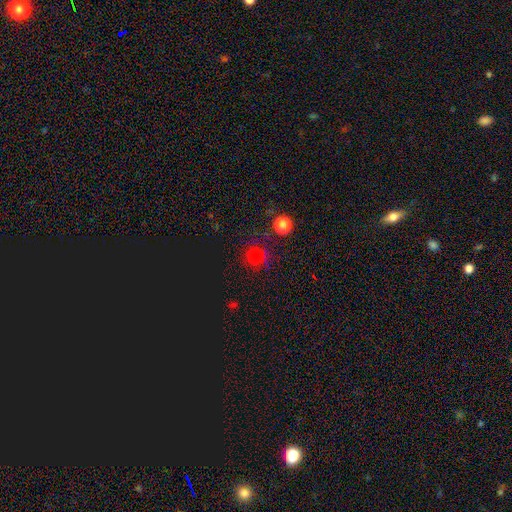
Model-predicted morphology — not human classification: Smooth or featured? smooth (65%)
How rounded? round (93%)
Merging? none (79%)